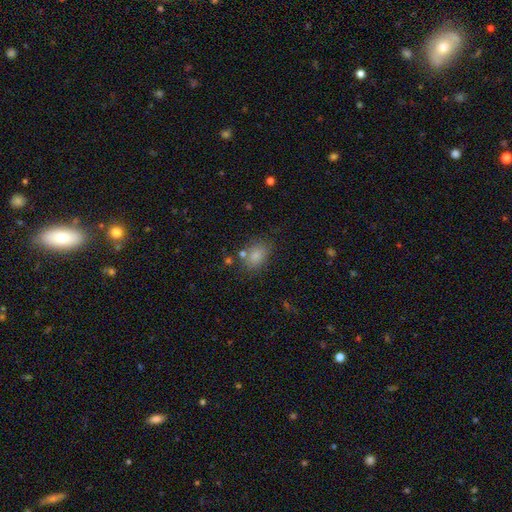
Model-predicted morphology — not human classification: Smooth or featured?
  - smooth: 82% *
  - star or artifact: 11%
  - featured or disk: 8%
How rounded?
  - in between: 75% *
  - round: 24%
  - cigar-shaped: 1%
Merging?
  - none: 67% *
  - minor disturbance: 17%
  - merger: 9%
  - major disturbance: 6%